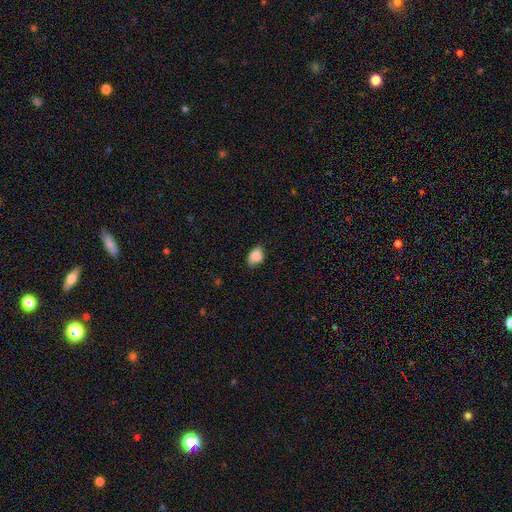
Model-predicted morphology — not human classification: smooth-or-featured: smooth: 82% | star or artifact: 9% | featured or disk: 9%
  how-rounded: in between: 80% | round: 18% | cigar-shaped: 1%
  merging: none: 50% | minor disturbance: 36% | major disturbance: 9% | merger: 4%